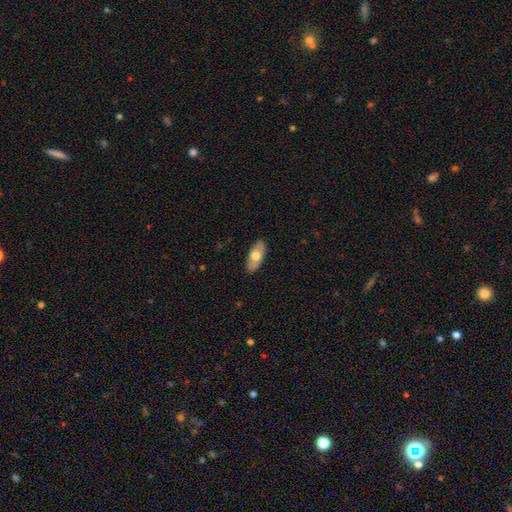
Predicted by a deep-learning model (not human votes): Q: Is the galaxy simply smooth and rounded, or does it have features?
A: smooth — 65%.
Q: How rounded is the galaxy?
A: in between — 88%.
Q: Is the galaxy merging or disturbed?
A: none — 88%.